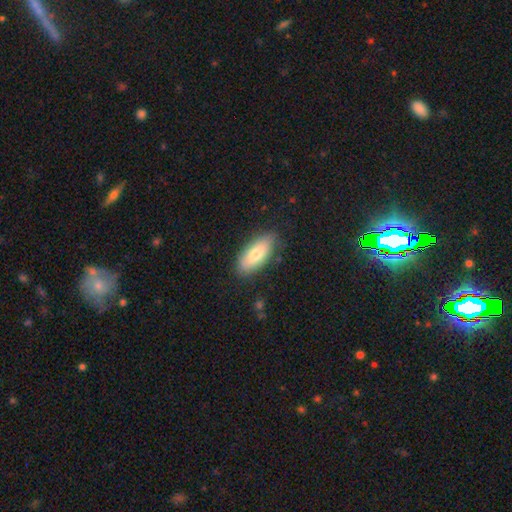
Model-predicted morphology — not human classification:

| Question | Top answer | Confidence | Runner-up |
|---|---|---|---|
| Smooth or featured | smooth | 73% | featured or disk (18%) |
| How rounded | in between | 79% | cigar-shaped (19%) |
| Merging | none | 85% | minor disturbance (12%) |